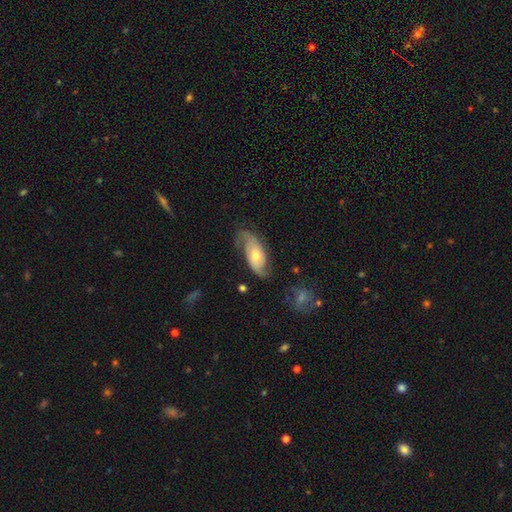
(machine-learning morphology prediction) type=featured or disk (68%); edge-on=no (92%); bar=no (73%); spiral arms=yes (88%); winding=loose (41%); arm count=2 (77%); bulge=moderate (57%); merging=none (57%).